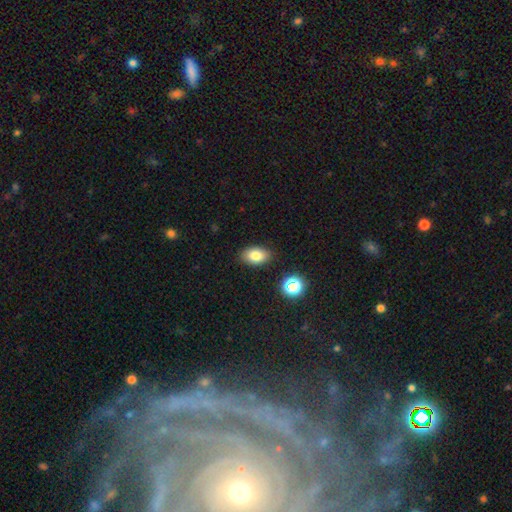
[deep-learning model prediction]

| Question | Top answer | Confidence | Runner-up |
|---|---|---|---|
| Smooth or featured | smooth | 80% | star or artifact (10%) |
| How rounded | in between | 89% | round (10%) |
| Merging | none | 86% | minor disturbance (9%) |